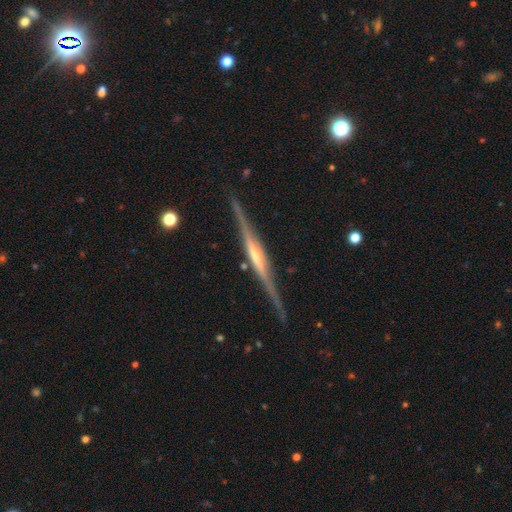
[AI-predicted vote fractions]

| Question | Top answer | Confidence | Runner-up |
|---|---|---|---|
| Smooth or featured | featured or disk | 85% | smooth (10%) |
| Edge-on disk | yes | 98% | no (2%) |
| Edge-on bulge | rounded | 50% | none (25%) |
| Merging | none | 85% | minor disturbance (12%) |